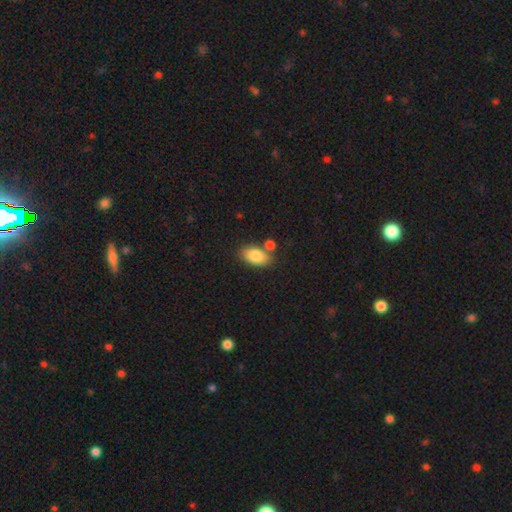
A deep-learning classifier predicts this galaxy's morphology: A smooth galaxy with no disk features (84%) that is in between round and cigar-shaped (91%).

Vote fractions:
- Smooth or featured? smooth: 84% / featured or disk: 9% / star or artifact: 7%
- How rounded? in between: 91% / round: 7% / cigar-shaped: 2%
- Merging? none: 67% / merger: 16% / minor disturbance: 13% / major disturbance: 3%